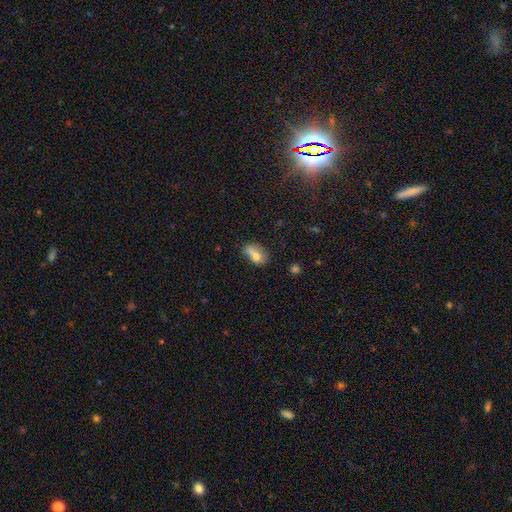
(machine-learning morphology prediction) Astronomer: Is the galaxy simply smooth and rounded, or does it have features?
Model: smooth — 67%.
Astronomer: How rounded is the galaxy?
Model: in between — 78%.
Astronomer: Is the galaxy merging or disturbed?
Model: none — 39% (runner-up: minor disturbance, 25%).